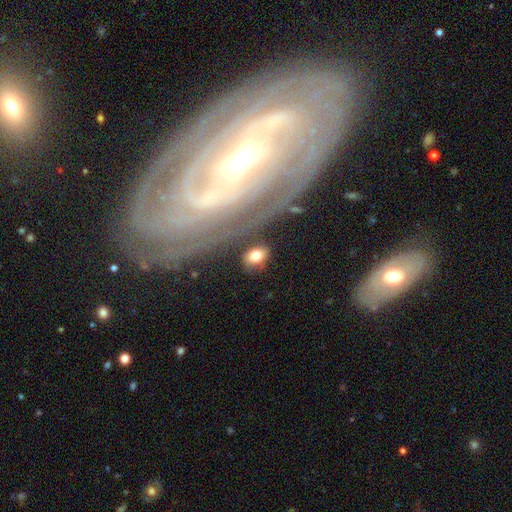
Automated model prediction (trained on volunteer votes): smooth 77%, featured or disk 16%, star or artifact 8%. Down the decision tree: how rounded — in between (78%); merging — none (80%).